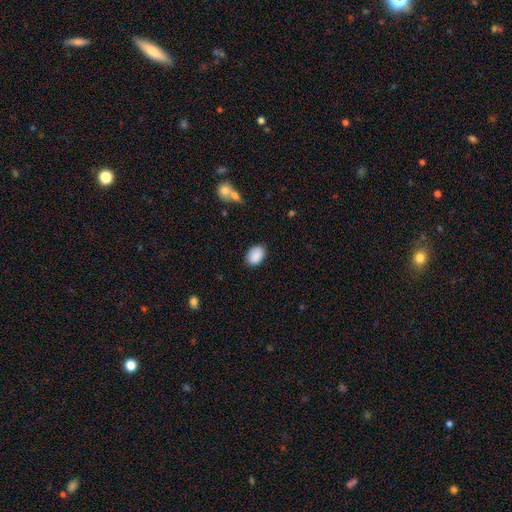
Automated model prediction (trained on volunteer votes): Q: Smooth or featured?
A: smooth (89%); runner-up: star or artifact (7%)
Q: How rounded?
A: in between (83%); runner-up: round (16%)
Q: Merging?
A: none (84%); runner-up: minor disturbance (12%)